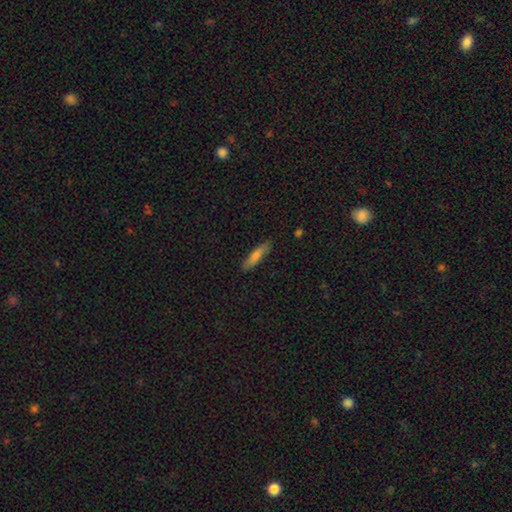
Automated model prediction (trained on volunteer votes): Smooth or featured? smooth (71%)
How rounded? cigar-shaped (78%)
Merging? none (87%)